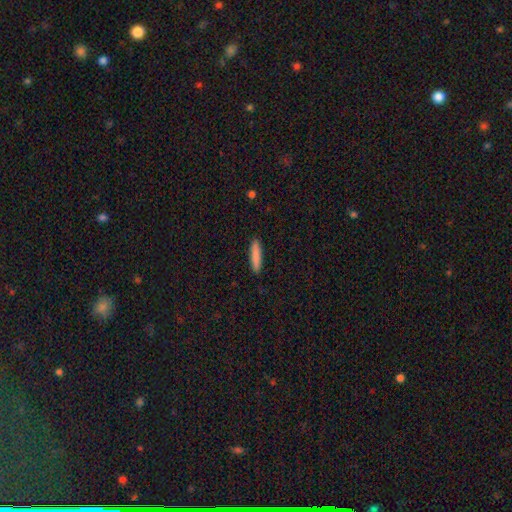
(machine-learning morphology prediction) Q: Smooth or featured?
A: smooth (86%); runner-up: featured or disk (8%)
Q: How rounded?
A: cigar-shaped (87%); runner-up: in between (12%)
Q: Merging?
A: none (91%); runner-up: minor disturbance (7%)